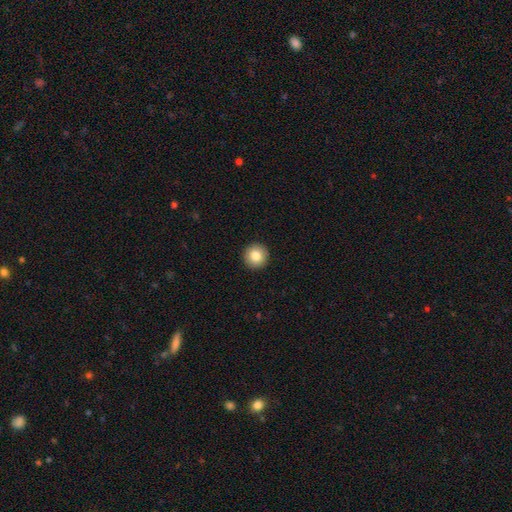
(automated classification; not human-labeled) Smooth or featured?
  - smooth: 83% *
  - star or artifact: 9%
  - featured or disk: 8%
How rounded?
  - round: 96% *
  - in between: 3%
  - cigar-shaped: 1%
Merging?
  - none: 94% *
  - minor disturbance: 4%
  - major disturbance: 1%
  - merger: 1%